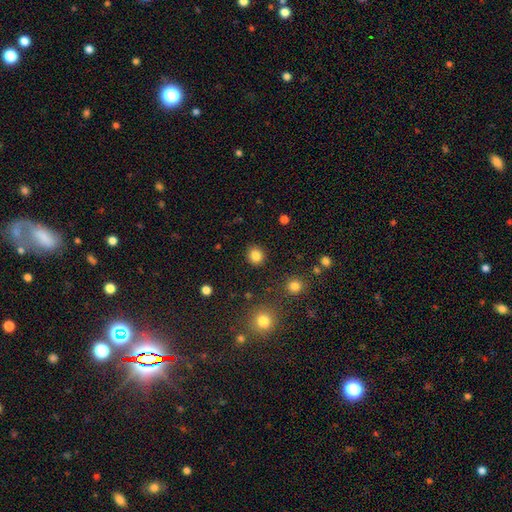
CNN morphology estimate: smooth 84%, star or artifact 12%, featured or disk 5%. Down the decision tree: how rounded — round (86%); merging — none (90%).